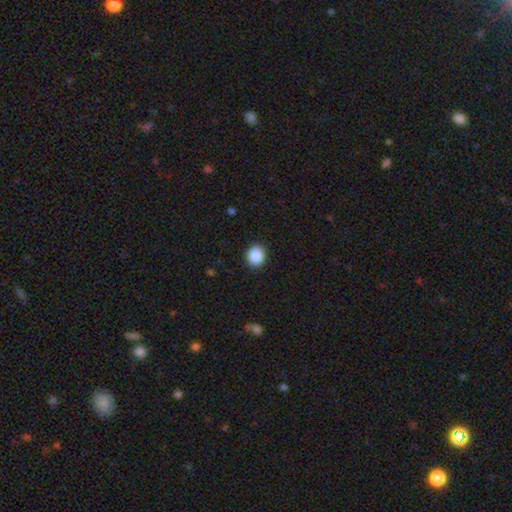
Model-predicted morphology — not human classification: Smooth or featured? smooth (89%)
How rounded? round (70%)
Merging? none (90%)